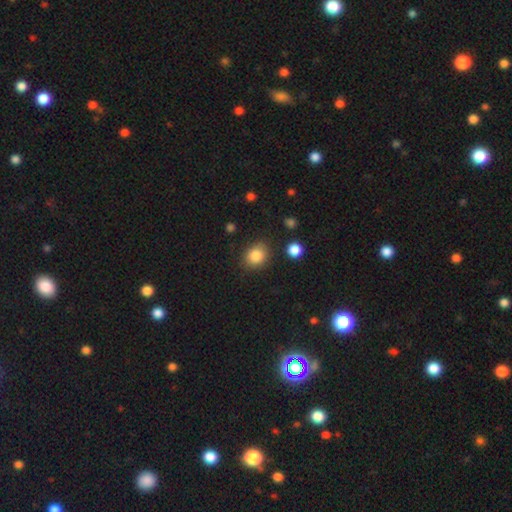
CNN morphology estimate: Smooth or featured? smooth (85%)
How rounded? round (58%)
Merging? none (81%)